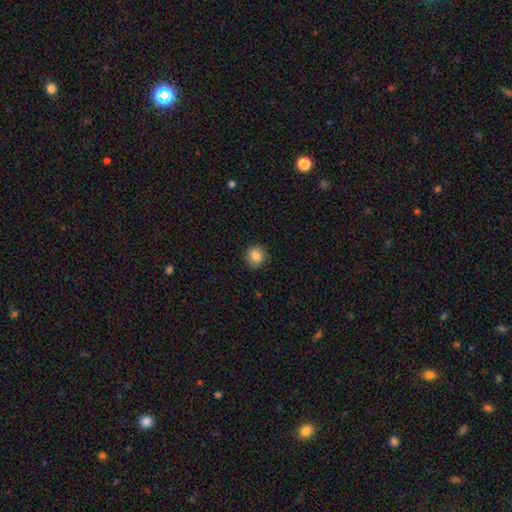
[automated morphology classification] Smooth or featured? smooth (86%)
How rounded? round (89%)
Merging? none (87%)